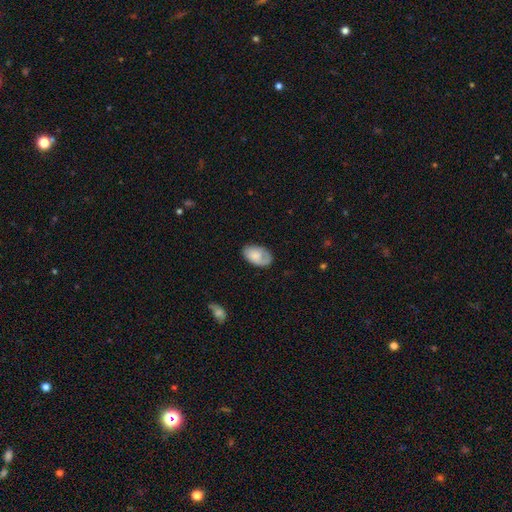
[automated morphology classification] This appears to be a smooth galaxy with no disk features (71%) that is in between round and cigar-shaped (92%). Merging: none (66%).